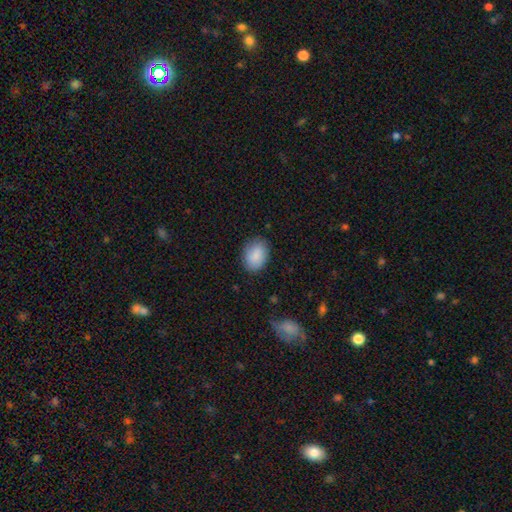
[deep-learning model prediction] smooth 87%, featured or disk 7%, star or artifact 7%. Down the decision tree: how rounded — in between (74%); merging — none (82%).